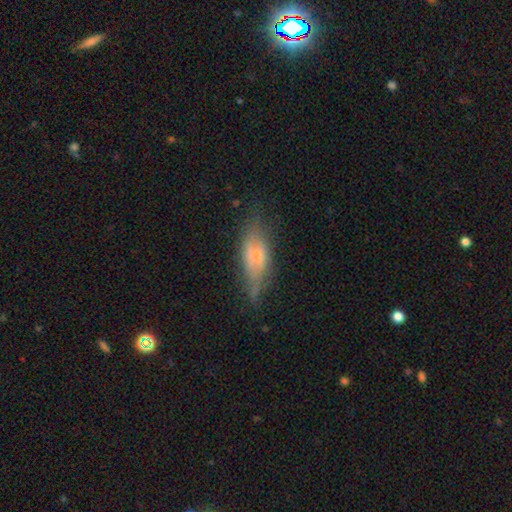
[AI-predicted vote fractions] Overall: smooth (47%; featured or disk 44%). Merging: none (59%; minor disturbance 28%).